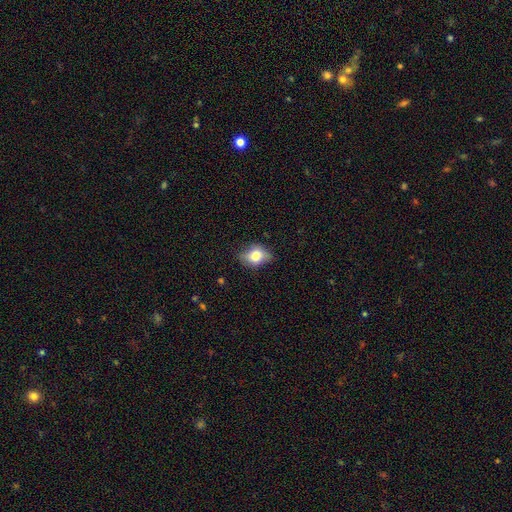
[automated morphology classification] Smooth or featured? smooth (69%)
How rounded? in between (69%)
Merging? none (71%)